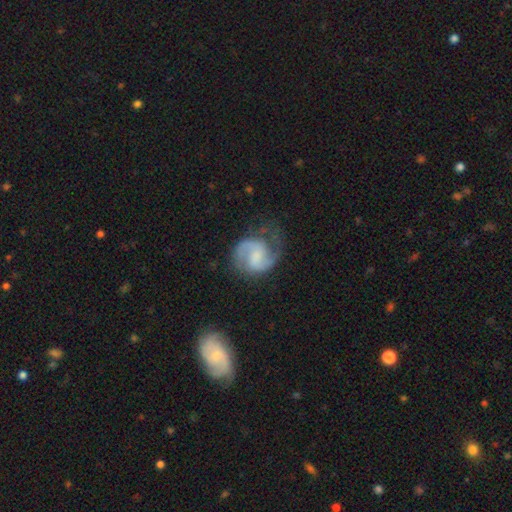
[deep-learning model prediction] This is clearly a featured or disk galaxy (82%). It is clearly not viewed edge-on (98%). Bar: possibly weak (50%). Spiral arm pattern: clearly yes (96%). Spiral arm count: clearly 2 (89%). Spiral winding: possibly medium (55%). Central bulge: marginally none (37%). Merging: likely none (64%).